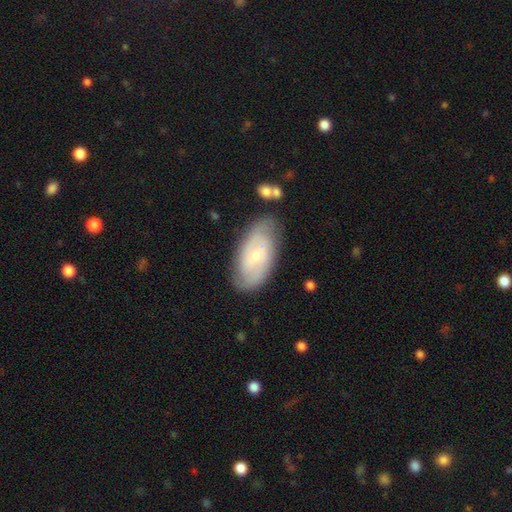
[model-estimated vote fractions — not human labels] Smooth or featured?
  - featured or disk: 66% *
  - smooth: 28%
  - star or artifact: 6%
Edge-on disk?
  - no: 94% *
  - yes: 6%
Bar?
  - no: 53% *
  - weak: 38%
  - strong: 8%
Spiral arms?
  - yes: 85% *
  - no: 15%
Spiral winding?
  - tight: 49% *
  - medium: 37%
  - loose: 15%
Spiral arm count?
  - 2: 58% *
  - can't tell: 29%
  - 3: 6%
  - 1: 3%
  - 4: 2%
  - more than 4: 2%
Bulge size?
  - small: 66% *
  - moderate: 30%
  - none: 2%
  - large: 1%
  - dominant: 1%
Merging?
  - none: 76% *
  - minor disturbance: 17%
  - major disturbance: 5%
  - merger: 3%